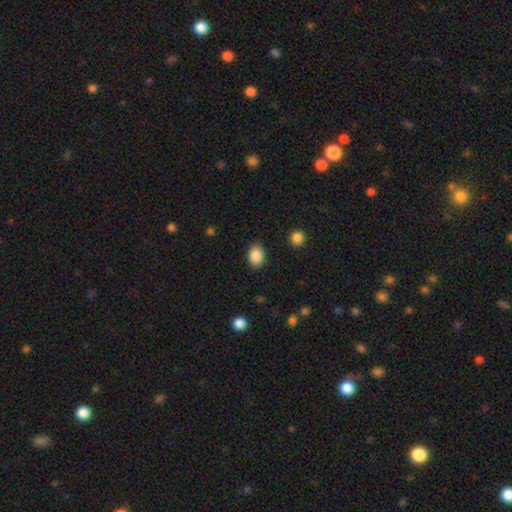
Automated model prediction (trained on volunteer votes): A smooth galaxy with no disk features (88%) that is in between round and cigar-shaped (71%).

Vote fractions:
- Smooth or featured? smooth: 88% / star or artifact: 8% / featured or disk: 5%
- How rounded? in between: 71% / round: 28% / cigar-shaped: 1%
- Merging? none: 87% / minor disturbance: 9% / major disturbance: 2% / merger: 1%